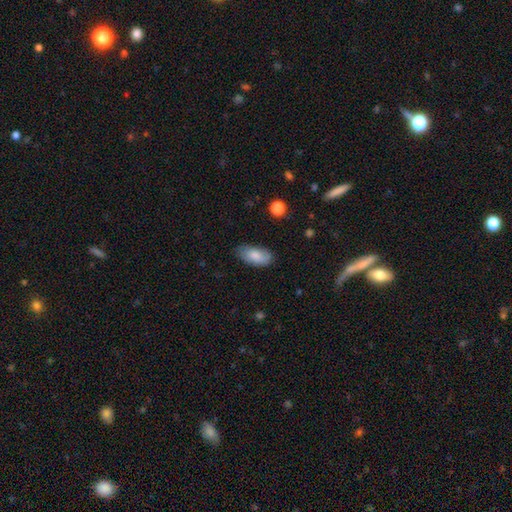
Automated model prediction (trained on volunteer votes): This is likely a smooth galaxy (77%). How rounded: clearly in between (93%). Merging: likely none (73%).